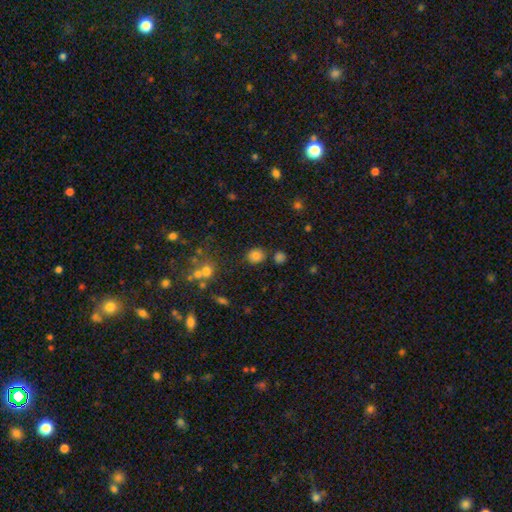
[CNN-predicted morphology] Smooth or featured?
  - smooth: 79% *
  - star or artifact: 14%
  - featured or disk: 7%
How rounded?
  - round: 76% *
  - in between: 23%
  - cigar-shaped: 1%
Merging?
  - none: 80% *
  - minor disturbance: 10%
  - merger: 7%
  - major disturbance: 3%